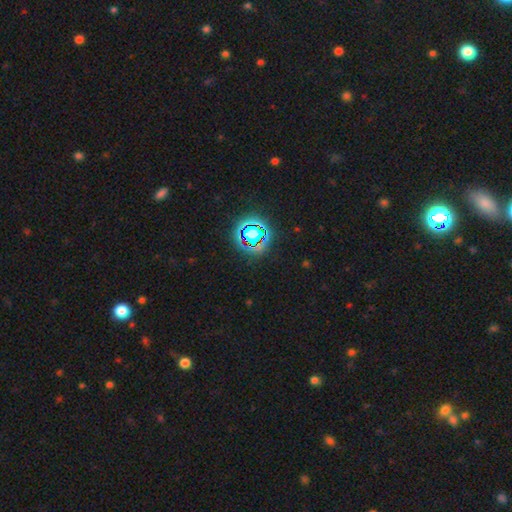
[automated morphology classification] The model was most divided on "smooth or featured": star or artifact: 80%, smooth: 12%, featured or disk: 7%.